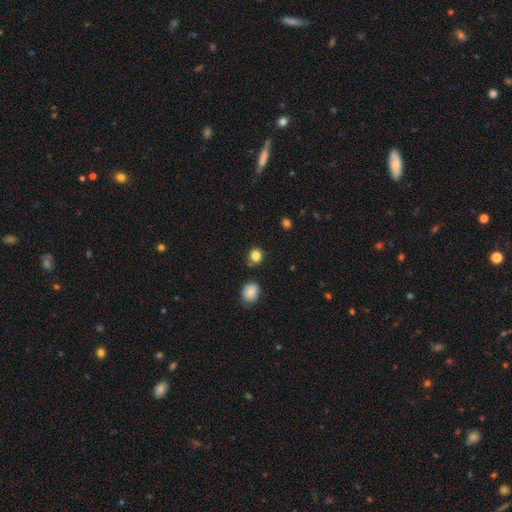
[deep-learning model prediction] smooth_or_featured: smooth (p=0.84) [alt: star or artifact p=0.12]
how_rounded: round (p=0.84) [alt: in between p=0.15]
merging: none (p=0.83) [alt: minor disturbance p=0.10]